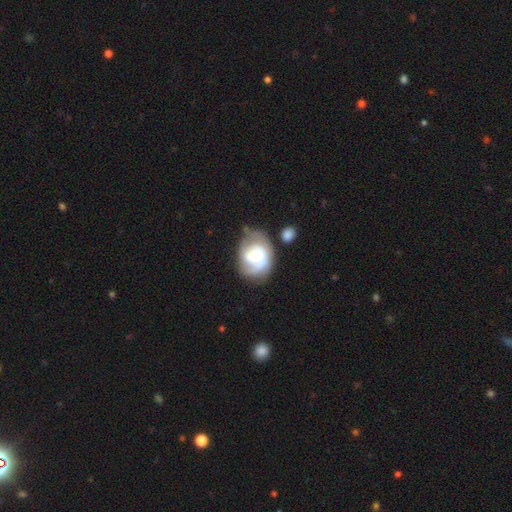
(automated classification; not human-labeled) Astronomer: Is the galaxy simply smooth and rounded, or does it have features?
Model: featured or disk — 58% (runner-up: smooth, 36%).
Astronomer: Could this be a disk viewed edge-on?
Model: no — 96%.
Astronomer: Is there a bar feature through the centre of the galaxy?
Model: no — 66%.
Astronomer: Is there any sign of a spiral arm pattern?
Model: yes — 70%.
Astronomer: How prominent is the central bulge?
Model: moderate — 55% (runner-up: small, 33%).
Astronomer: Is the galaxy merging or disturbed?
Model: none — 52%.